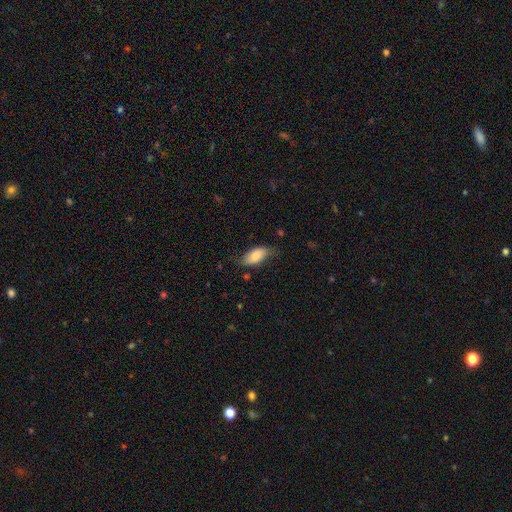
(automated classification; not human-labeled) This appears to be a smooth galaxy with no disk features (74%) that is in between round and cigar-shaped (89%). Merging: none (59%).